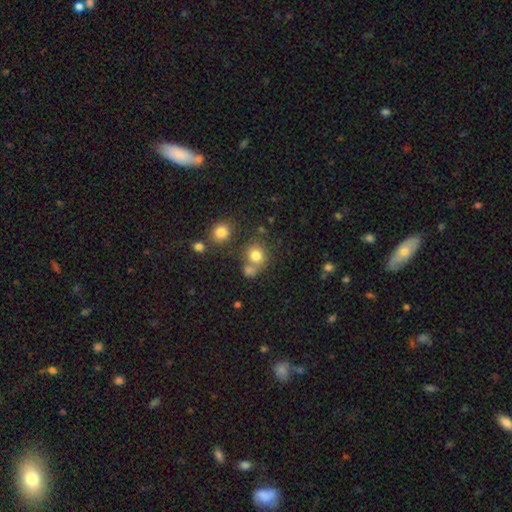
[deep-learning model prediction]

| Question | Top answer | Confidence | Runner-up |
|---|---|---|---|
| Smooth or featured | smooth | 77% | star or artifact (14%) |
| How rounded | round | 82% | in between (17%) |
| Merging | none | 59% | merger (26%) |